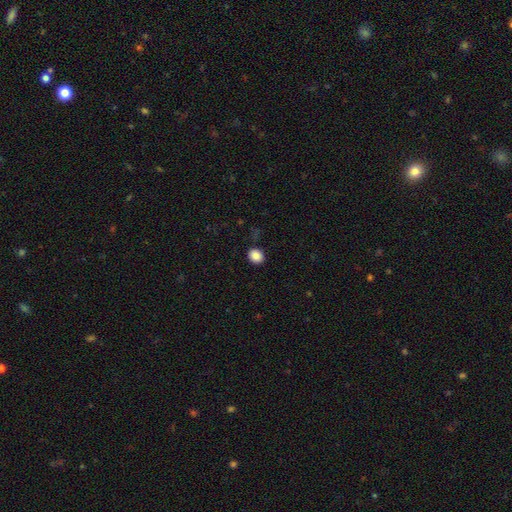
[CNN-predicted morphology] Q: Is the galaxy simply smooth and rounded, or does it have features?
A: smooth — 87%.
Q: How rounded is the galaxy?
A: round — 59%.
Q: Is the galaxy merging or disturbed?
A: none — 88%.